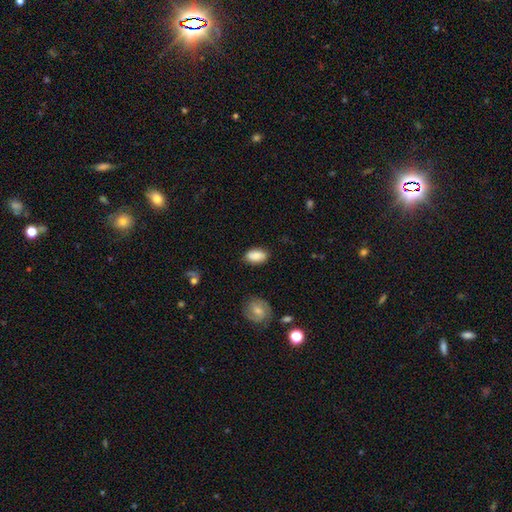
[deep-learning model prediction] smooth 85%, featured or disk 9%, star or artifact 7%. Down the decision tree: how rounded — in between (92%); merging — none (82%).